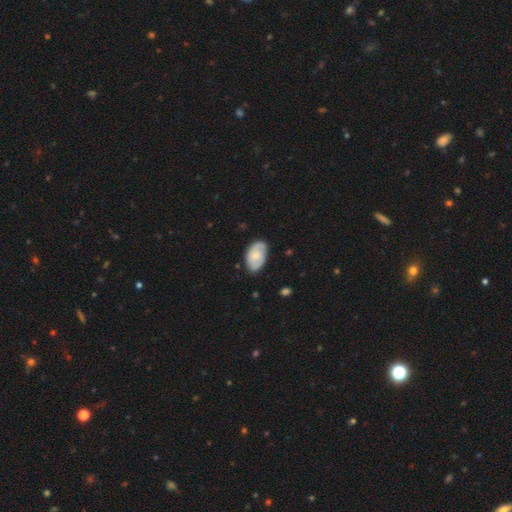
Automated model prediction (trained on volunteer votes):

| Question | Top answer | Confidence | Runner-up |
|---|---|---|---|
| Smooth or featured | smooth | 54% | featured or disk (40%) |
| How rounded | in between | 93% | round (6%) |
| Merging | none | 74% | minor disturbance (20%) |